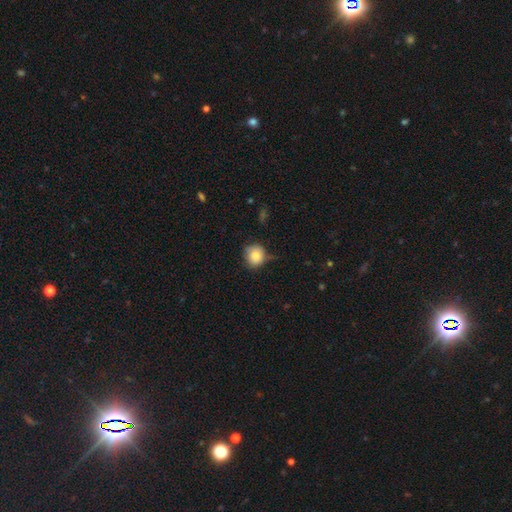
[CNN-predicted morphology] Smooth or featured? smooth (84%)
How rounded? round (88%)
Merging? none (65%)